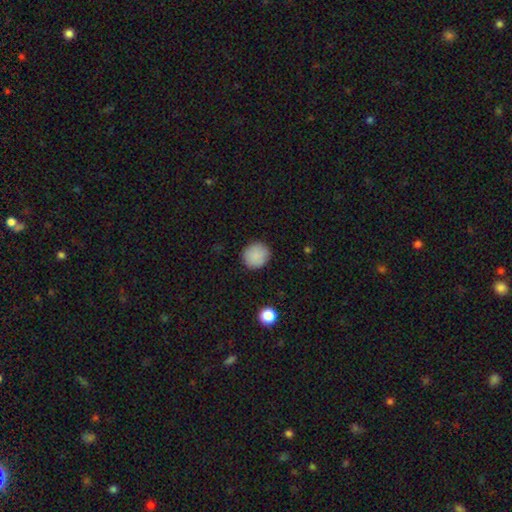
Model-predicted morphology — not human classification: Smooth or featured: smooth — 88% (star or artifact — 8%)
How rounded: round — 90% (in between — 9%)
Merging: none — 89% (minor disturbance — 8%)